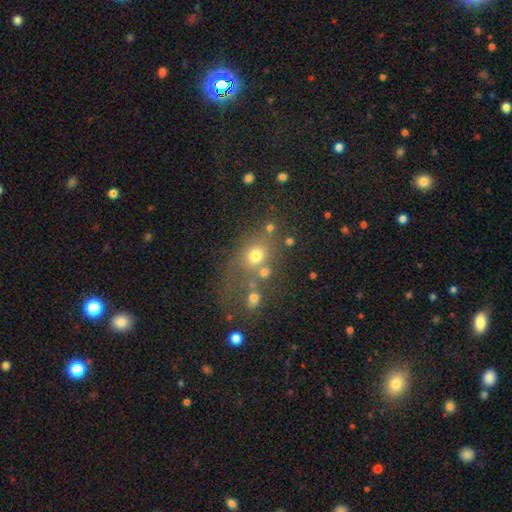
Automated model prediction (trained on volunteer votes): Morphology: type=smooth (66%); roundness=round (60%); merging=none (50%).